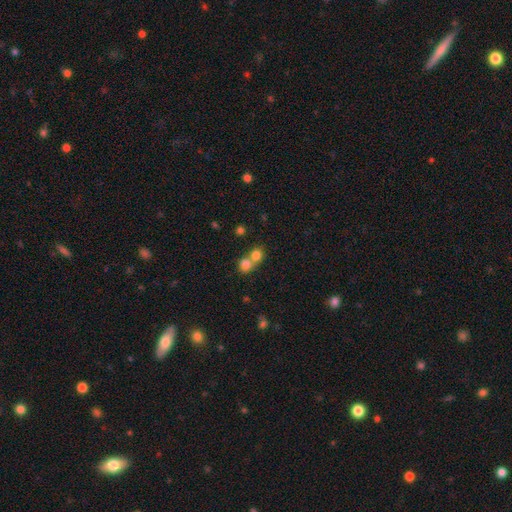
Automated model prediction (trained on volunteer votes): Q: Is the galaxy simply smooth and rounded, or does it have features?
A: smooth — 78%.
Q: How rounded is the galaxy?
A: round — 79%.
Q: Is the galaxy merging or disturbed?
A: merger — 56%.